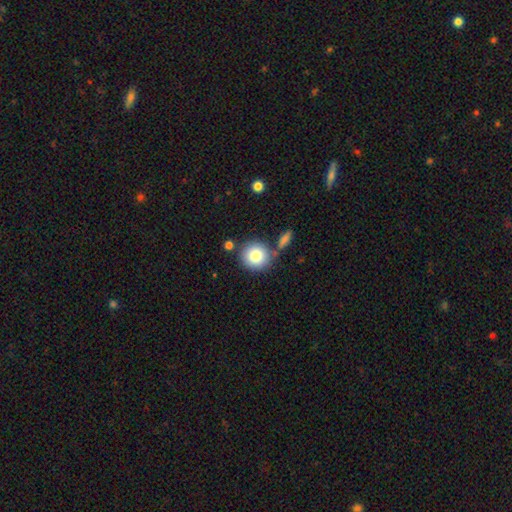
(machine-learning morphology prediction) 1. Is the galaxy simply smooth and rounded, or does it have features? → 82% smooth, 10% featured or disk, 9% star or artifact.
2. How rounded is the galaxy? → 92% round, 7% in between, 1% cigar-shaped.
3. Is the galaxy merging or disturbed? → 73% none, 13% merger, 10% minor disturbance, 3% major disturbance.